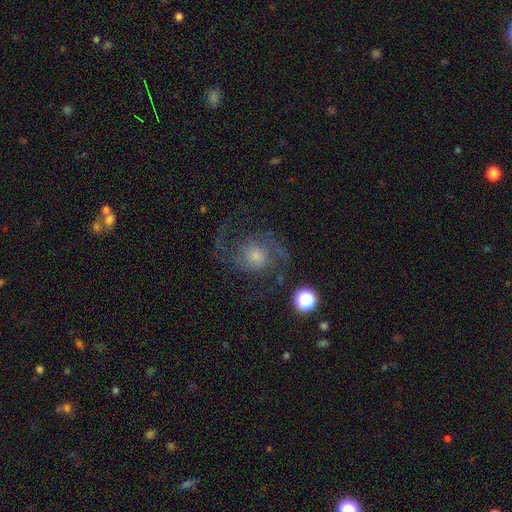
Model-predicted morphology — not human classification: Smooth or featured: featured or disk — 83% (star or artifact — 9%)
Edge-on disk: no — 98% (yes — 2%)
Bar: no — 70% (weak — 25%)
Spiral arms: yes — 97% (no — 3%)
Spiral winding: medium — 55% (loose — 28%)
Spiral arm count: 2 — 89% (can't tell — 3%)
Bulge size: small — 47% (moderate — 39%)
Merging: none — 75% (minor disturbance — 13%)